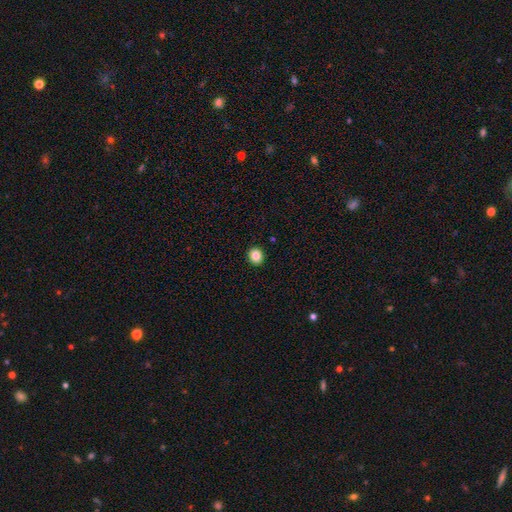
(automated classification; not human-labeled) This is clearly a smooth galaxy (85%). How rounded: likely round (75%). Merging: clearly none (93%).